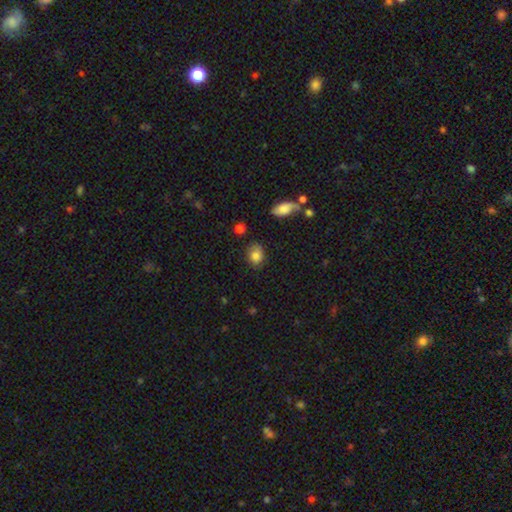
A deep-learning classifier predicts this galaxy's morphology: type=smooth (80%); roundness=in between (56%); merging=none (66%).